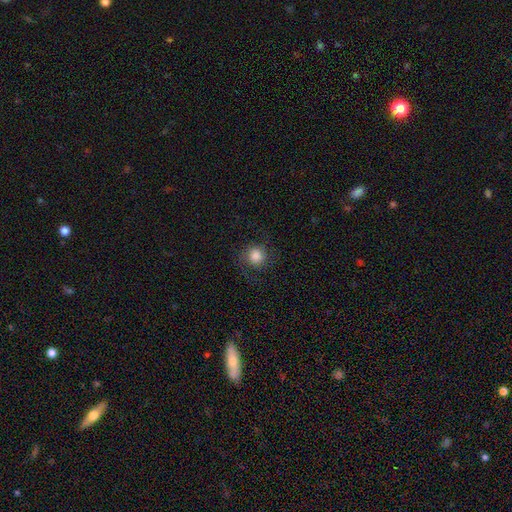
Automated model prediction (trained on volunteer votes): Overall: smooth (67%). How rounded: round (88%). Merging: none (74%).